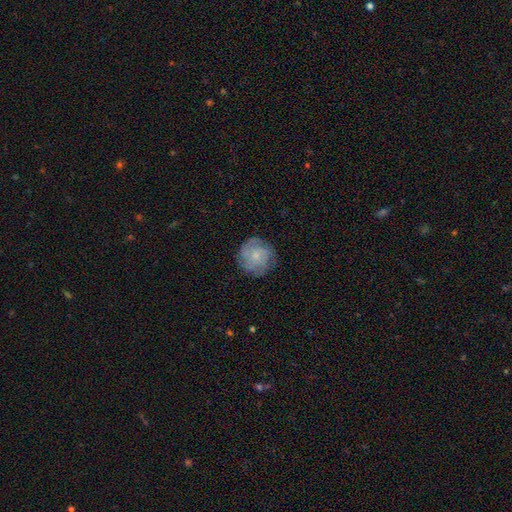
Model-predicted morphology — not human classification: smooth 47%, featured or disk 45%, star or artifact 8%. Down the decision tree: merging — none (80%).